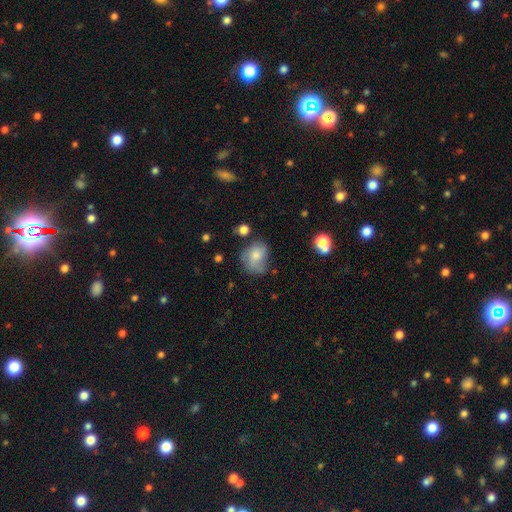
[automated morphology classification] smooth 64%, featured or disk 26%, star or artifact 10%. Down the decision tree: how rounded — round (52%); merging — none (44%).